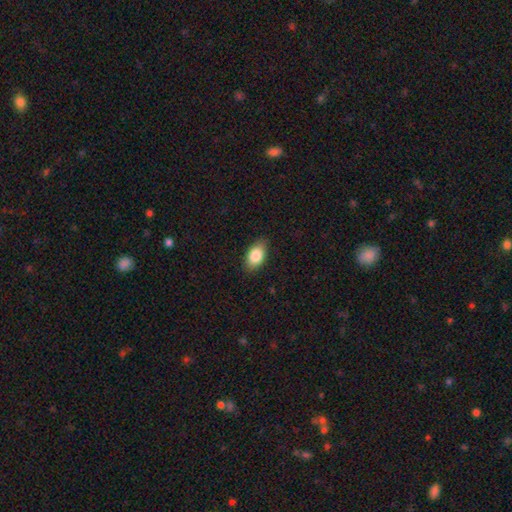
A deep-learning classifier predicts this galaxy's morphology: type=smooth (84%); roundness=in between (91%); merging=none (85%).